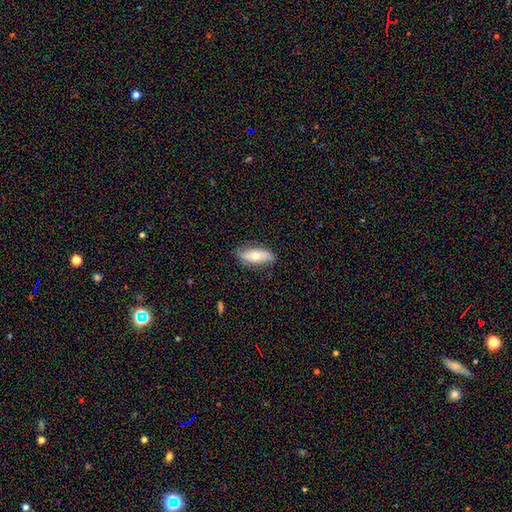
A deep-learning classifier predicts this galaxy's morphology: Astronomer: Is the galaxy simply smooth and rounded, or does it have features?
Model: smooth — 58% (runner-up: featured or disk, 36%).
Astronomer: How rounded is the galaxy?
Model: in between — 80%.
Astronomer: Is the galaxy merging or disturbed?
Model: none — 77%.